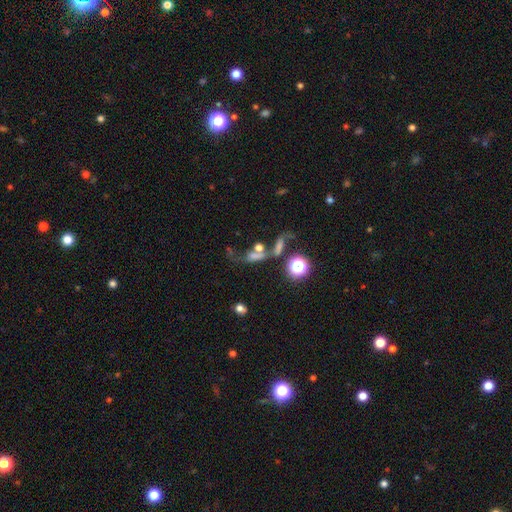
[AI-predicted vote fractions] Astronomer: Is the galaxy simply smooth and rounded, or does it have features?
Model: smooth — 36% (runner-up: featured or disk, 32%).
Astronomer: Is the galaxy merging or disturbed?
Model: merger — 34% (runner-up: none, 32%).